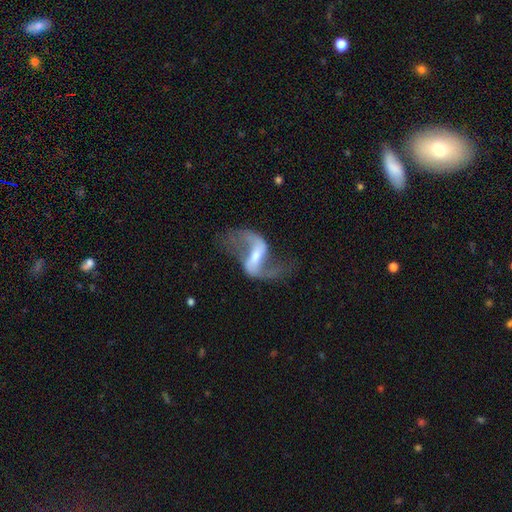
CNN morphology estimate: A featured or disk galaxy (89%) with a strong bar (52%), 2 (93%) loose (81%) spiral arms (94%) and a moderate central bulge (45%).

Vote fractions:
- Smooth or featured? featured or disk: 89% / smooth: 6% / star or artifact: 5%
- Edge-on disk? no: 96% / yes: 4%
- Bar? strong: 52% / weak: 36% / no: 12%
- Spiral arms? yes: 94% / no: 6%
- Spiral winding? loose: 81% / medium: 16% / tight: 3%
- Spiral arm count? 2: 93% / 1: 2% / can't tell: 2% / 3: 1% / 4: 1% / more than 4: 1%
- Bulge size? moderate: 45% / small: 44% / large: 5% / none: 4% / dominant: 1%
- Merging? none: 68% / major disturbance: 15% / minor disturbance: 14% / merger: 3%